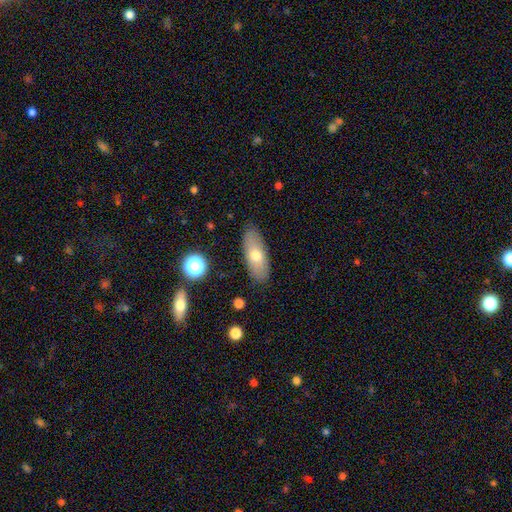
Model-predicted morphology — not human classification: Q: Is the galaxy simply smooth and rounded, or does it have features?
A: smooth — 65%.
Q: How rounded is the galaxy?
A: in between — 74%.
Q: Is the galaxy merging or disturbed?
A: none — 87%.